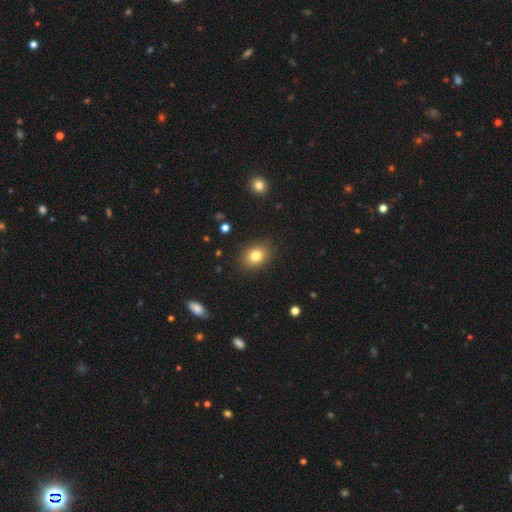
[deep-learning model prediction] Overall: smooth (81%). How rounded: in between (55%; round 44%). Merging: none (87%).